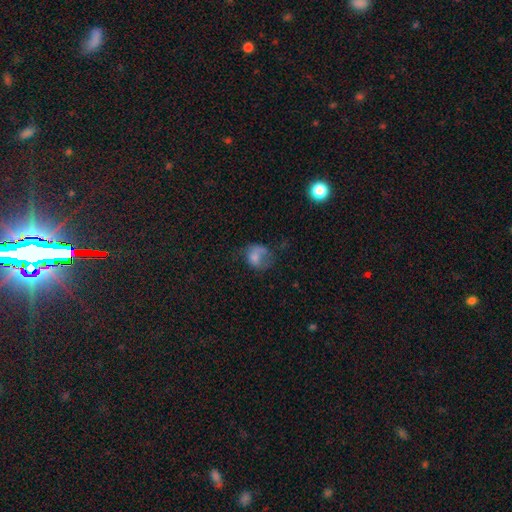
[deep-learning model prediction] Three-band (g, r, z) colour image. It shows a smooth galaxy with no disk features (63%) that is round (50%). Merging: major disturbance (40%).